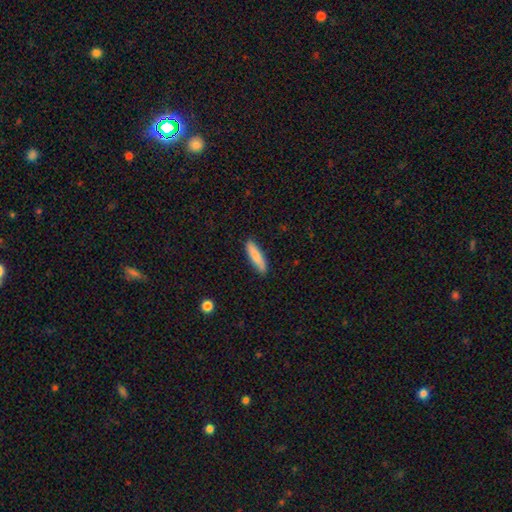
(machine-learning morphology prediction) type=smooth (84%); roundness=cigar-shaped (76%); merging=none (87%).